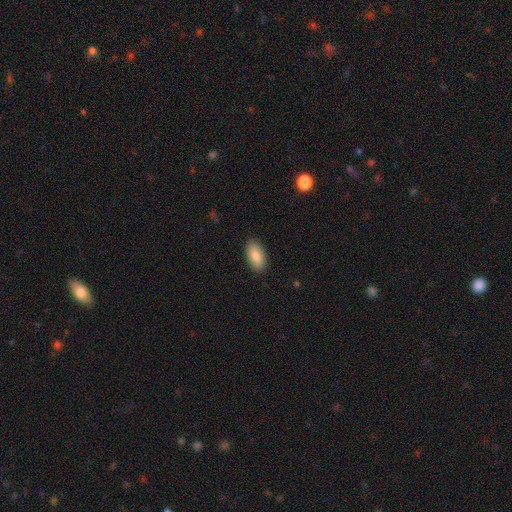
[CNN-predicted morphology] Overall: smooth (85%). How rounded: in between (94%). Merging: none (89%).